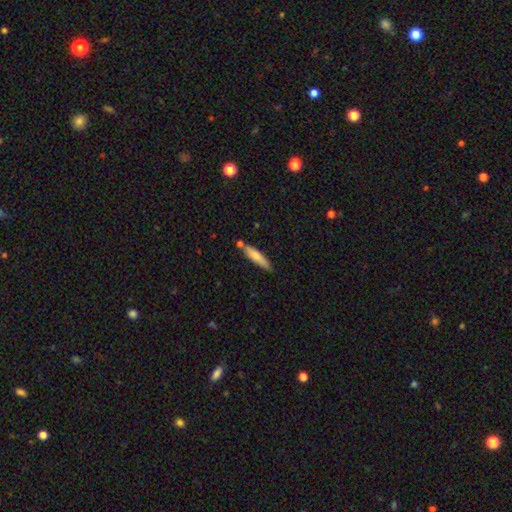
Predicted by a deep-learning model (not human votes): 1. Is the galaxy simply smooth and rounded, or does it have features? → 74% smooth, 20% featured or disk, 6% star or artifact.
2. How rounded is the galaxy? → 83% cigar-shaped, 15% in between, 1% round.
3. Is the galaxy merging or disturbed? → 70% none, 16% minor disturbance, 10% merger, 3% major disturbance.